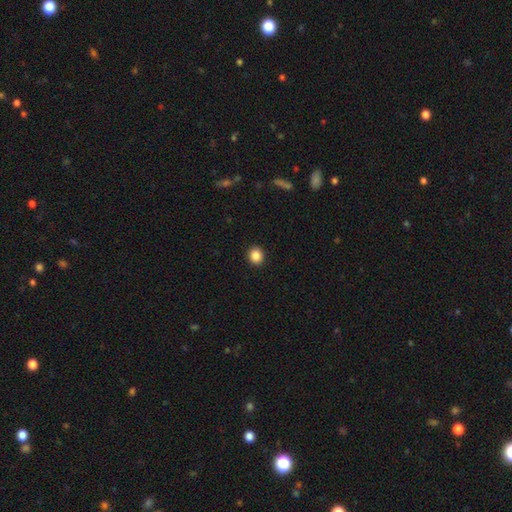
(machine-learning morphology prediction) Smooth or featured? Predicted: smooth (p=0.87). How rounded? Predicted: round (p=0.79). Merging? Predicted: none (p=0.93).